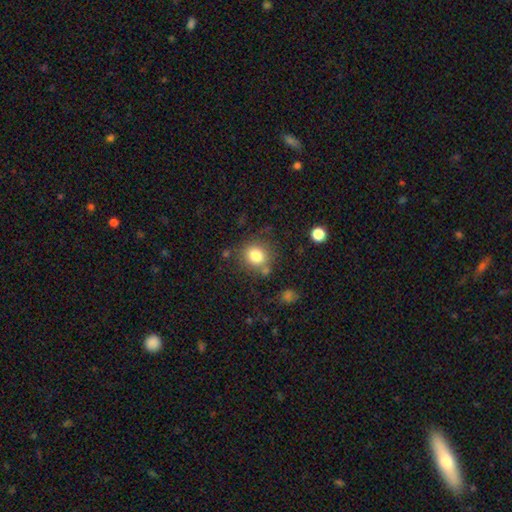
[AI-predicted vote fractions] smooth_or_featured: smooth (p=0.81) [alt: star or artifact p=0.11]
how_rounded: round (p=0.83) [alt: in between p=0.16]
merging: none (p=0.76) [alt: minor disturbance p=0.12]